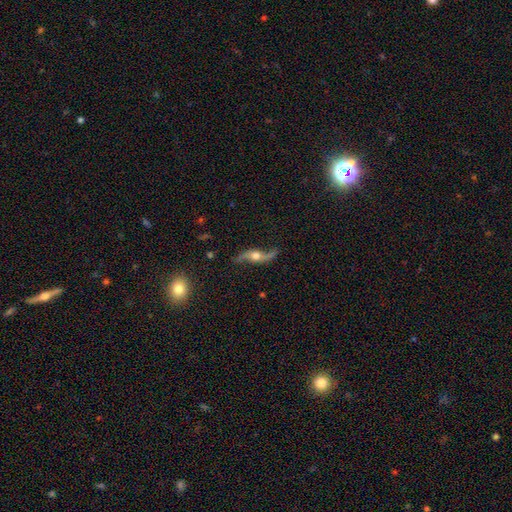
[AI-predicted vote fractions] This appears to be a featured or disk galaxy (87%) with no bar (68%), 2 (94%) loose (93%) spiral arms (95%) and a moderate central bulge (64%). Merging: none (77%).